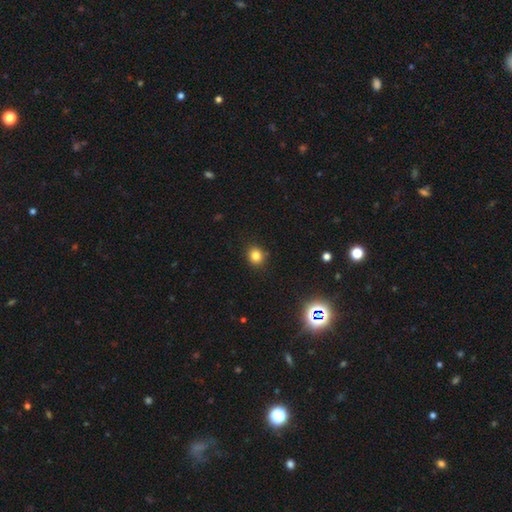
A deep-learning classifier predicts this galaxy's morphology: Smooth or featured: smooth — 83% (star or artifact — 13%)
How rounded: round — 75% (in between — 24%)
Merging: none — 89% (minor disturbance — 8%)